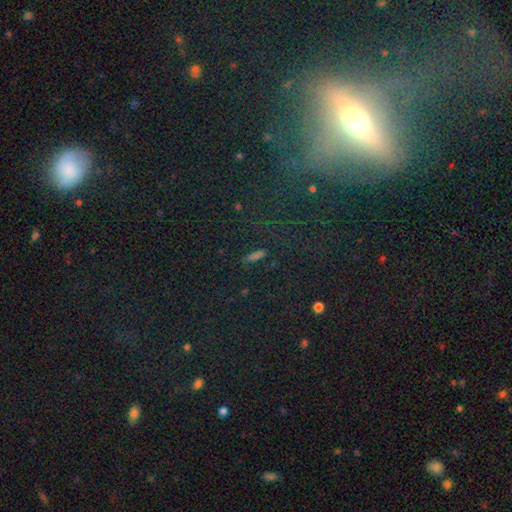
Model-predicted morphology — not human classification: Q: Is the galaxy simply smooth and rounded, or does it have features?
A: star or artifact — 45%.